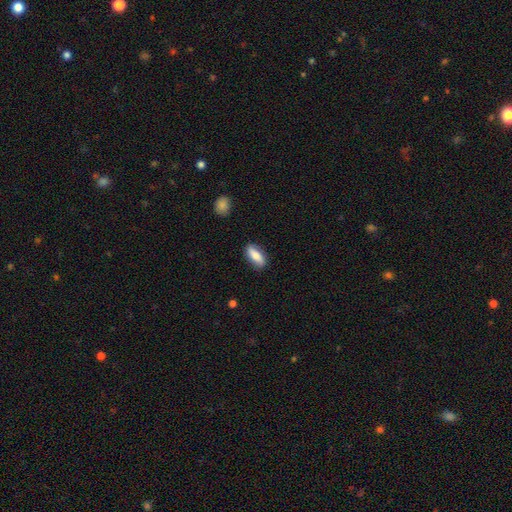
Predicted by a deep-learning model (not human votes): smooth 71%, featured or disk 22%, star or artifact 6%. Down the decision tree: how rounded — in between (69%); merging — none (84%).